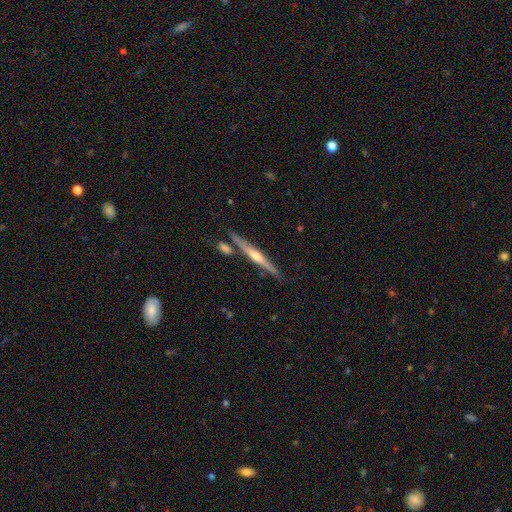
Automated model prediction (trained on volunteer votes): Q: Smooth or featured?
A: featured or disk (78%); runner-up: smooth (16%)
Q: Edge-on disk?
A: yes (97%); runner-up: no (3%)
Q: Edge-on bulge?
A: rounded (84%); runner-up: none (12%)
Q: Merging?
A: none (82%); runner-up: minor disturbance (9%)